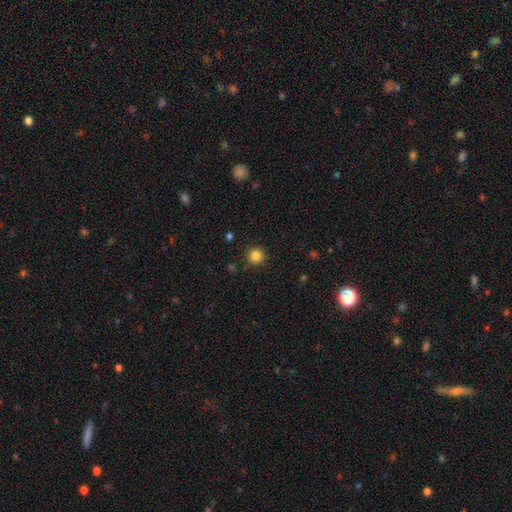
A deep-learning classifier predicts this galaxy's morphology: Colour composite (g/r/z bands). It shows a smooth galaxy with no disk features (84%) that is round (95%). Merging: none (90%).